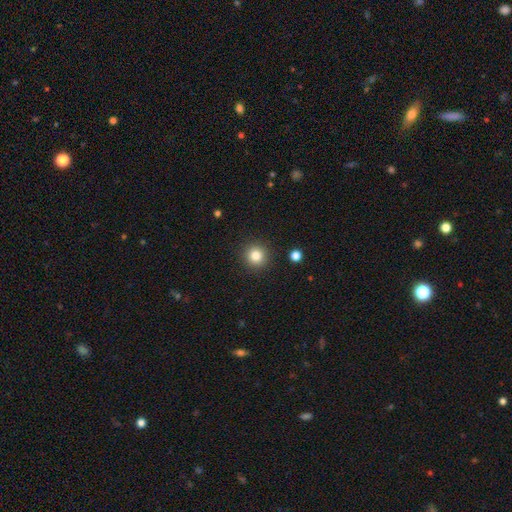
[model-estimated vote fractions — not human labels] Smooth or featured?
  - smooth: 82% *
  - star or artifact: 12%
  - featured or disk: 6%
How rounded?
  - round: 95% *
  - in between: 4%
  - cigar-shaped: 1%
Merging?
  - none: 91% *
  - minor disturbance: 5%
  - major disturbance: 2%
  - merger: 2%